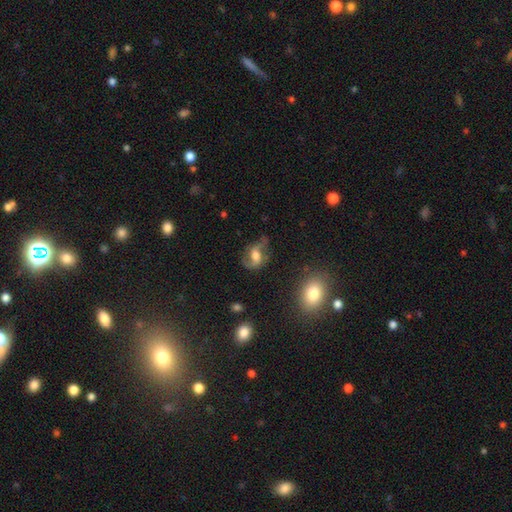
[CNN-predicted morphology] The model was most divided on "bar": weak: 44%, no: 36%, strong: 20%. Remaining: edge-on disk — no (96%); spiral arms — yes (89%); spiral arm count — 2 (86%); smooth or featured — featured or disk (70%); merging — none (57%); spiral winding — loose (54%); bulge size — moderate (49%).